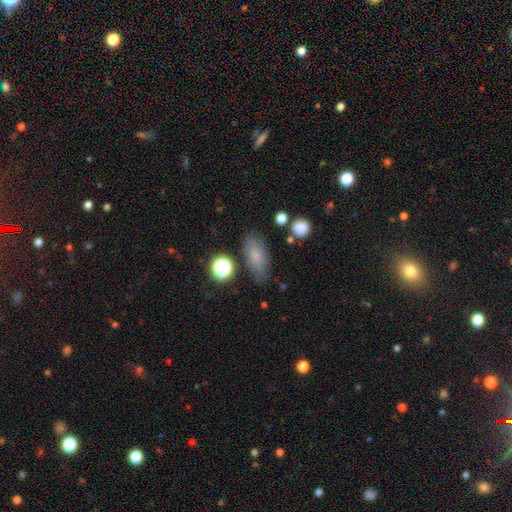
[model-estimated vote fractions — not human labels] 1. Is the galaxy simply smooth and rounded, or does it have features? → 71% smooth, 16% featured or disk, 12% star or artifact.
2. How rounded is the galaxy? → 82% in between, 10% cigar-shaped, 8% round.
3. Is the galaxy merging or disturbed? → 75% none, 16% minor disturbance, 5% major disturbance, 4% merger.